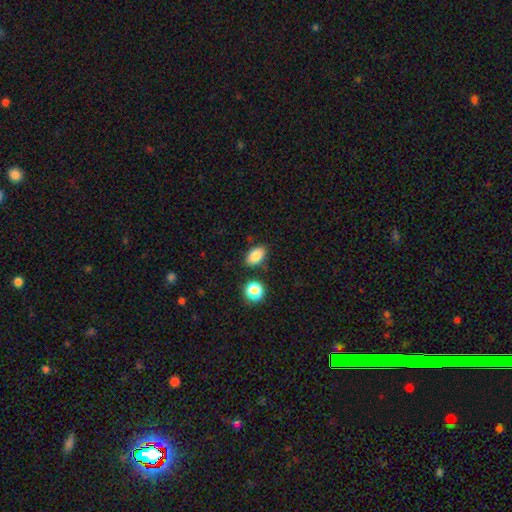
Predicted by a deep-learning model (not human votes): This appears to be a smooth galaxy with no disk features (85%) that is in between round and cigar-shaped (86%). Merging: none (82%).